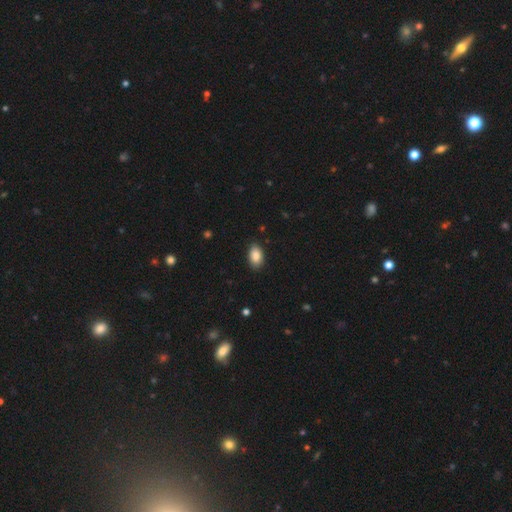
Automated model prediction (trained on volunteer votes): Q: Smooth or featured?
A: smooth (89%); runner-up: star or artifact (7%)
Q: How rounded?
A: in between (93%); runner-up: round (6%)
Q: Merging?
A: none (84%); runner-up: minor disturbance (13%)